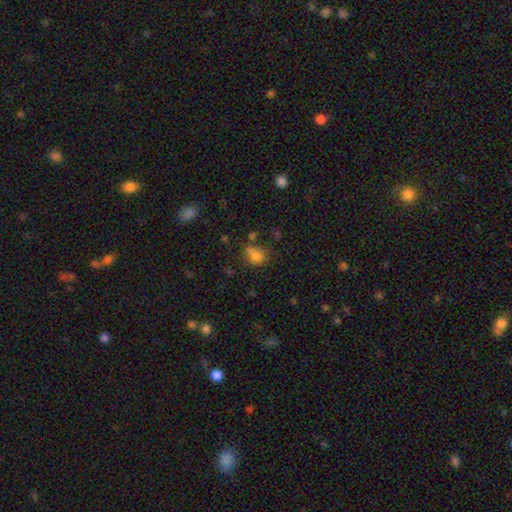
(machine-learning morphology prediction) Smooth or featured? Predicted: smooth (p=0.75). How rounded? Predicted: round (p=0.58). Merging? Predicted: none (p=0.50).